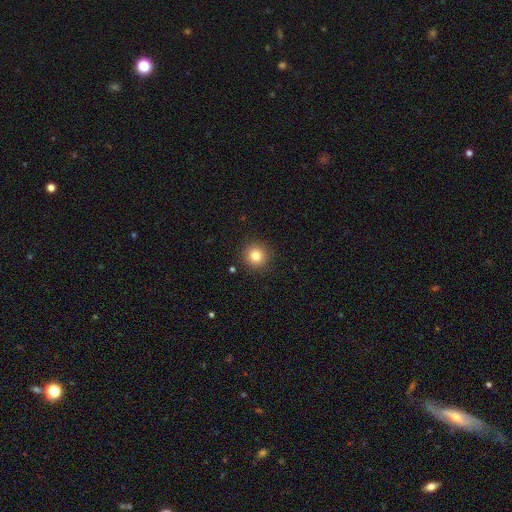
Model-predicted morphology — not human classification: Smooth or featured?
  - smooth: 83% *
  - star or artifact: 11%
  - featured or disk: 6%
How rounded?
  - round: 94% *
  - in between: 5%
  - cigar-shaped: 1%
Merging?
  - none: 90% *
  - minor disturbance: 6%
  - major disturbance: 2%
  - merger: 1%